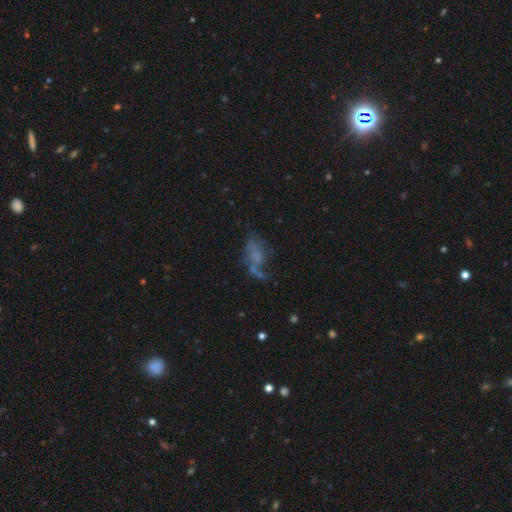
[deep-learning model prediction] Overall: featured or disk (41%, tied with smooth). Merging: none (32%; major disturbance 31%).